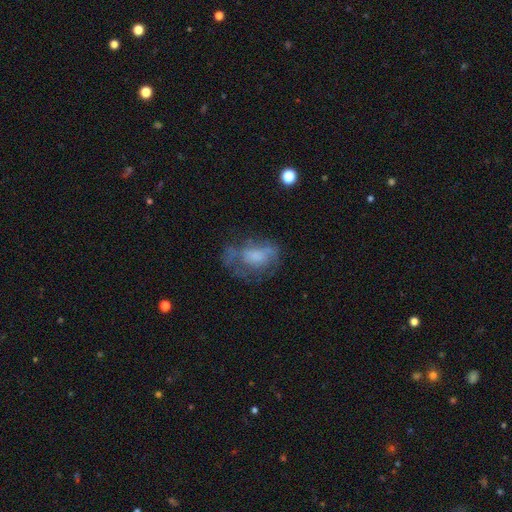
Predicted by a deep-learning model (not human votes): A featured or disk galaxy (49%). Merging: none (40%).